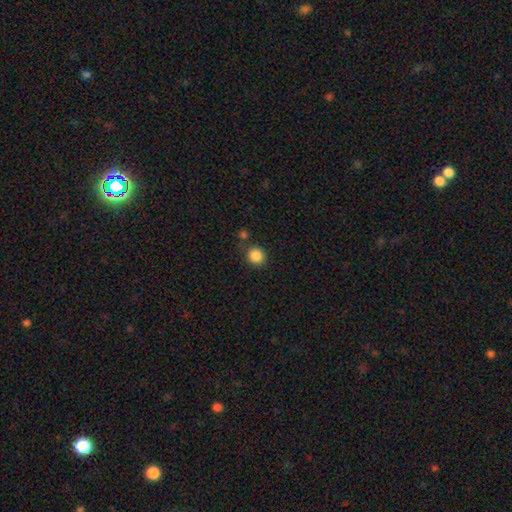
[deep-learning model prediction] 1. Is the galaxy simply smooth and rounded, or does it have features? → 86% smooth, 10% star or artifact, 4% featured or disk.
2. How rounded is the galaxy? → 88% round, 11% in between, 1% cigar-shaped.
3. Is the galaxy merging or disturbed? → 77% none, 10% minor disturbance, 9% merger, 4% major disturbance.